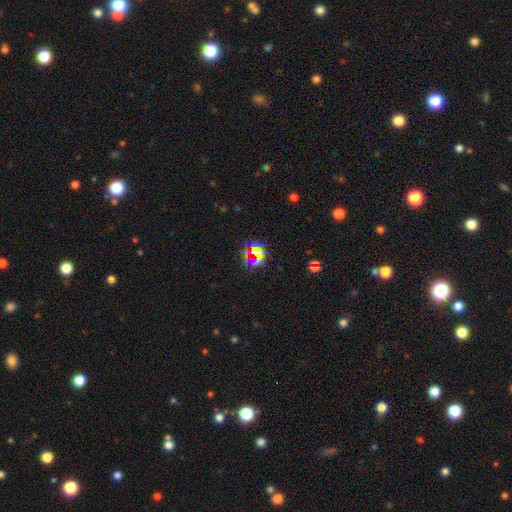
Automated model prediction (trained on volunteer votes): Smooth or featured? Predicted: star or artifact (p=0.71).